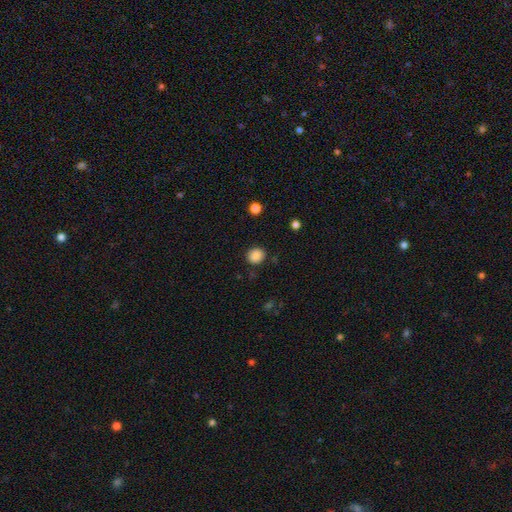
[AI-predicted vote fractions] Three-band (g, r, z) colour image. It shows a smooth galaxy with no disk features (87%) that is round (76%). Merging: none (86%).